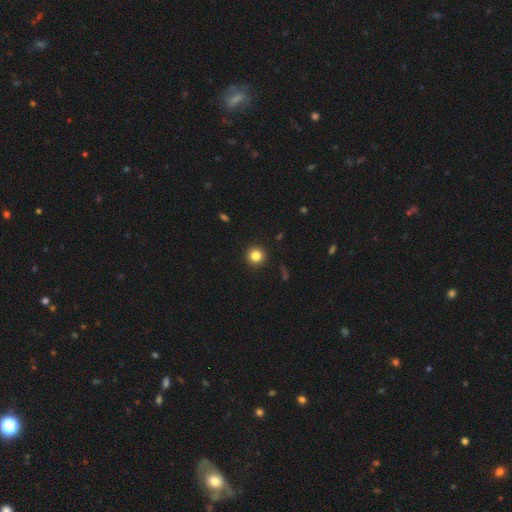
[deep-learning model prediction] Smooth or featured: smooth — 84% (star or artifact — 11%)
How rounded: round — 95% (in between — 4%)
Merging: none — 93% (minor disturbance — 5%)